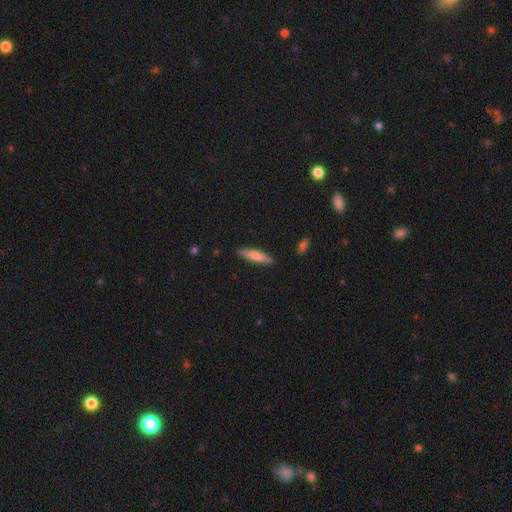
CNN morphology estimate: smooth_or_featured: smooth (p=0.68) [alt: featured or disk p=0.26]
how_rounded: cigar-shaped (p=0.80) [alt: in between p=0.19]
merging: none (p=0.88) [alt: minor disturbance p=0.09]